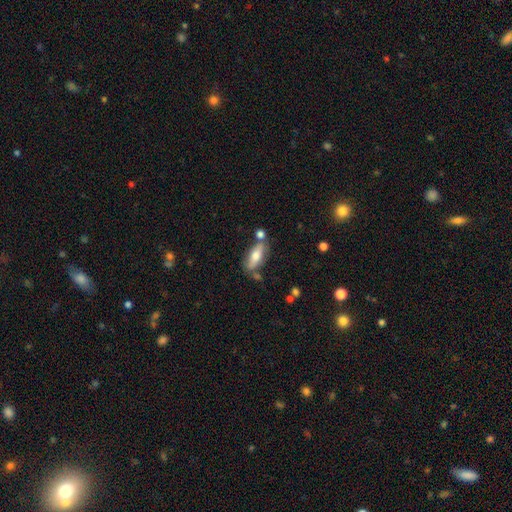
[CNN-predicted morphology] smooth_or_featured: smooth (p=0.62) [alt: featured or disk p=0.31]
how_rounded: in between (p=0.70) [alt: cigar-shaped p=0.27]
merging: none (p=0.65) [alt: minor disturbance p=0.16]